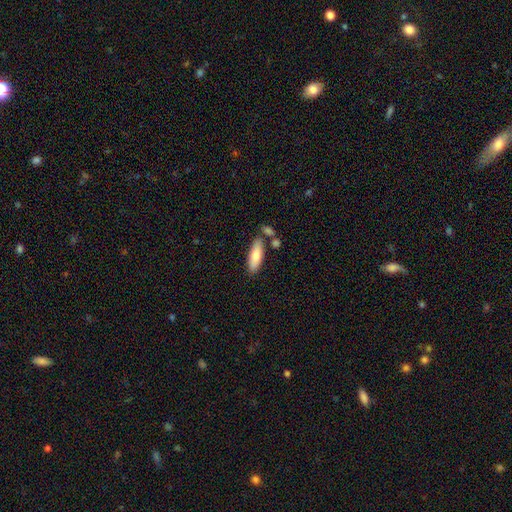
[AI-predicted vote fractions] Morphology: type=smooth (79%); roundness=in between (61%); merging=none (74%).